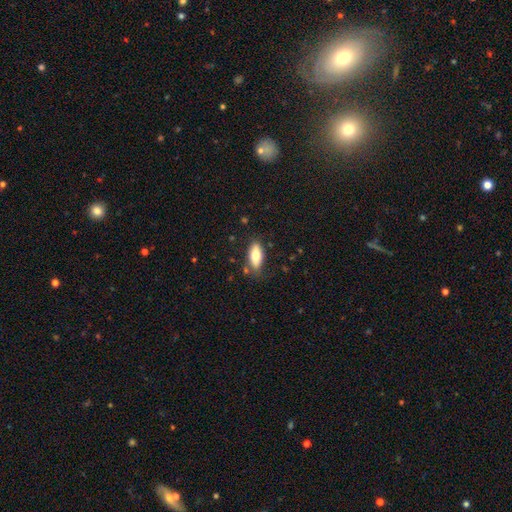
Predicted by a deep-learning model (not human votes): Q: Smooth or featured?
A: smooth (77%); runner-up: featured or disk (17%)
Q: How rounded?
A: in between (84%); runner-up: cigar-shaped (13%)
Q: Merging?
A: none (79%); runner-up: minor disturbance (15%)